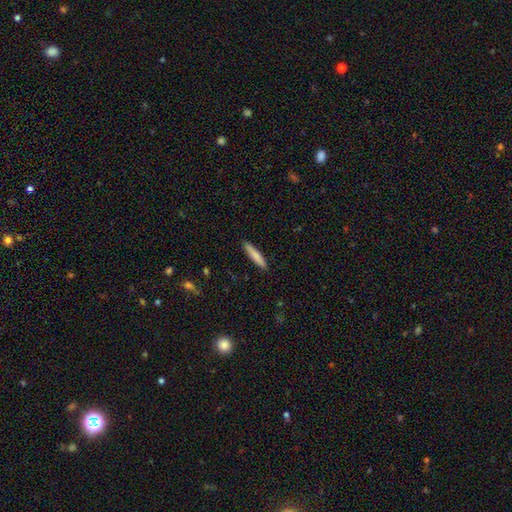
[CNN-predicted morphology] Smooth or featured? Predicted: smooth (p=0.78). How rounded? Predicted: cigar-shaped (p=0.90). Merging? Predicted: none (p=0.89).